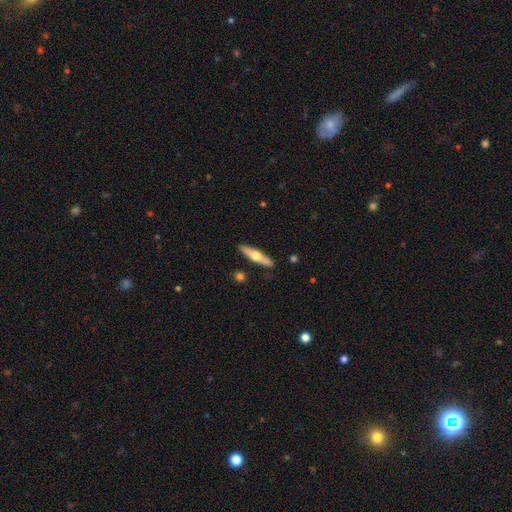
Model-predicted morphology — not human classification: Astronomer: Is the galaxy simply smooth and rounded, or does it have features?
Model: featured or disk — 53% (runner-up: smooth, 41%).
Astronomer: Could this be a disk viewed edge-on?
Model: yes — 93%.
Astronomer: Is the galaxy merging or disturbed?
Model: none — 89%.